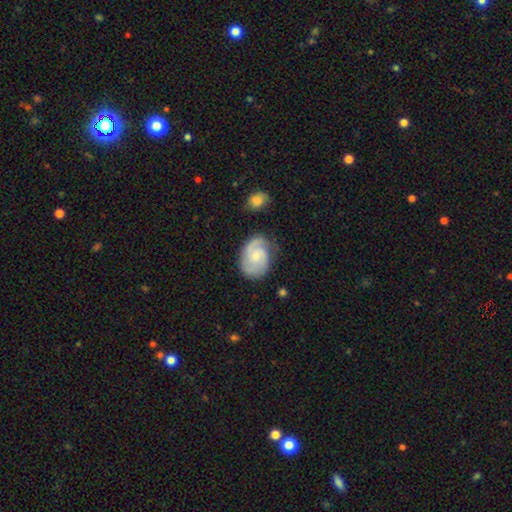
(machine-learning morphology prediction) Smooth or featured: featured or disk — 75% (smooth — 20%)
Edge-on disk: no — 98% (yes — 2%)
Bar: no — 63% (weak — 33%)
Spiral arms: yes — 95% (no — 5%)
Spiral winding: medium — 44% (tight — 42%)
Spiral arm count: 2 — 68% (can't tell — 13%)
Bulge size: small — 56% (moderate — 36%)
Merging: none — 69% (minor disturbance — 21%)